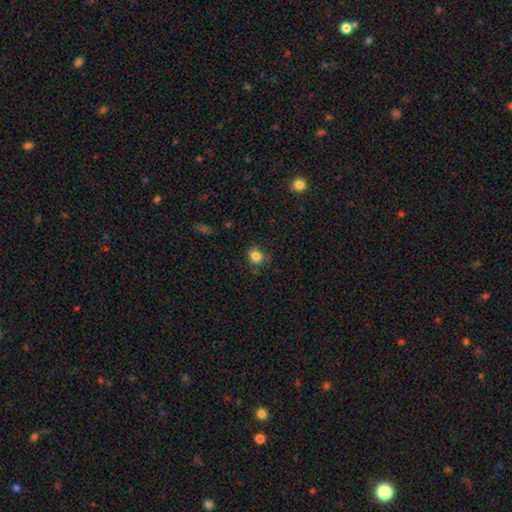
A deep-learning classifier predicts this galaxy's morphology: The model was most divided on "how rounded": round: 72%, in between: 27%, cigar-shaped: 1%. More confident: smooth or featured — smooth (83%); merging — none (79%).